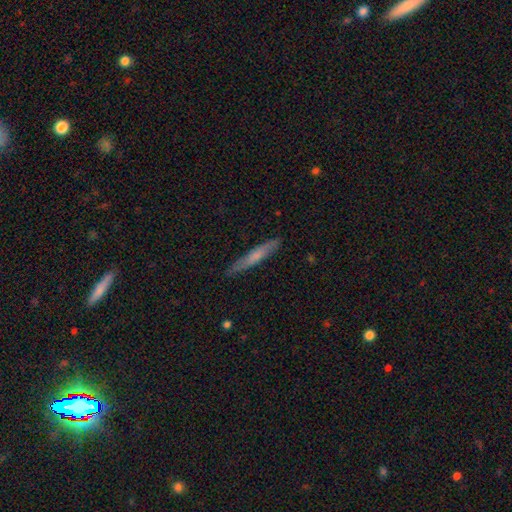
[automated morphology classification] smooth 59%, featured or disk 35%, star or artifact 6%. Down the decision tree: how rounded — cigar-shaped (94%); merging — none (86%).